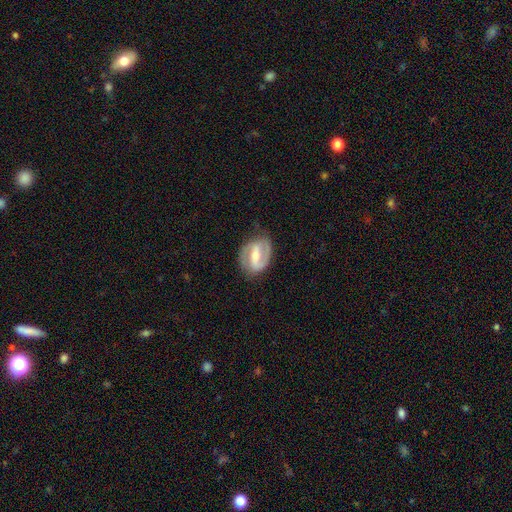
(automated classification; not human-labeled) Smooth or featured: featured or disk — 83% (smooth — 13%)
Edge-on disk: no — 96% (yes — 4%)
Bar: strong — 60% (weak — 30%)
Spiral arms: yes — 88% (no — 12%)
Spiral winding: medium — 48% (tight — 34%)
Spiral arm count: 2 — 85% (can't tell — 7%)
Bulge size: moderate — 54% (small — 40%)
Merging: none — 76% (minor disturbance — 17%)